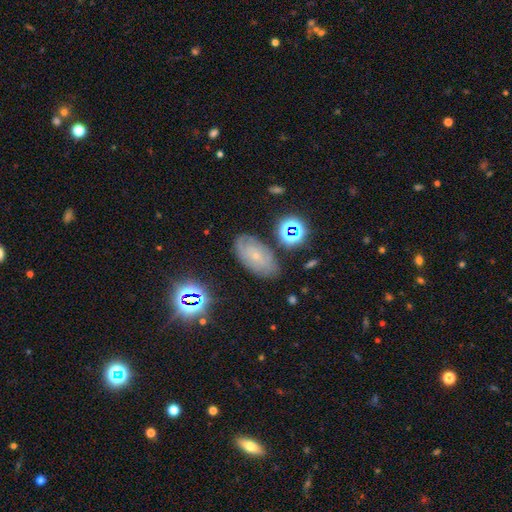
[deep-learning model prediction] Smooth or featured? featured or disk (56%)
Edge-on disk? no (92%)
Bar? no (75%)
Spiral arms? yes (80%)
Bulge size? small (81%)
Merging? none (75%)